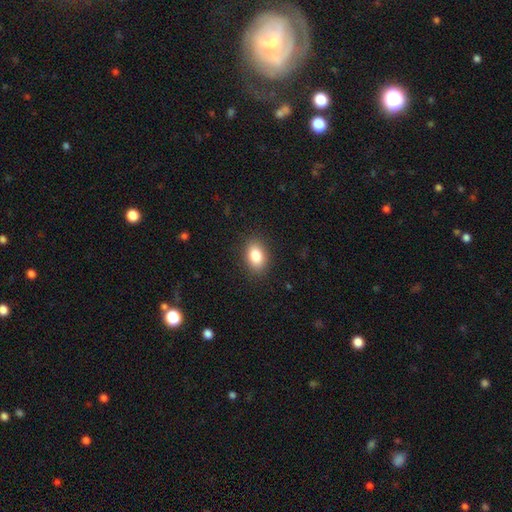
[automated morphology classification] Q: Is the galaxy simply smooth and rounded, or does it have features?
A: smooth — 84%.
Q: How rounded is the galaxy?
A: in between — 83%.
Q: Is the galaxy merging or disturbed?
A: none — 88%.